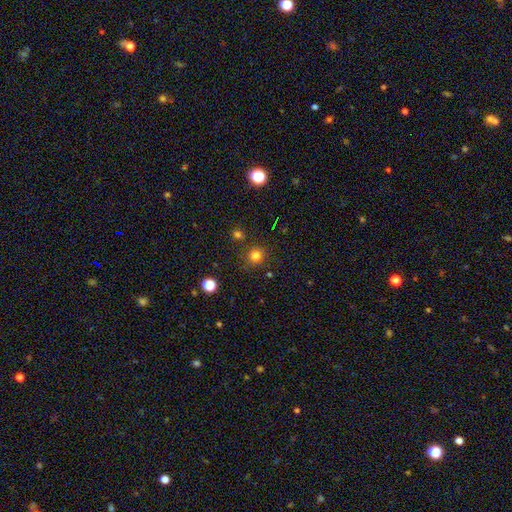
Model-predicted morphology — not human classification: Overall: smooth (77%). How rounded: round (90%). Merging: none (83%).